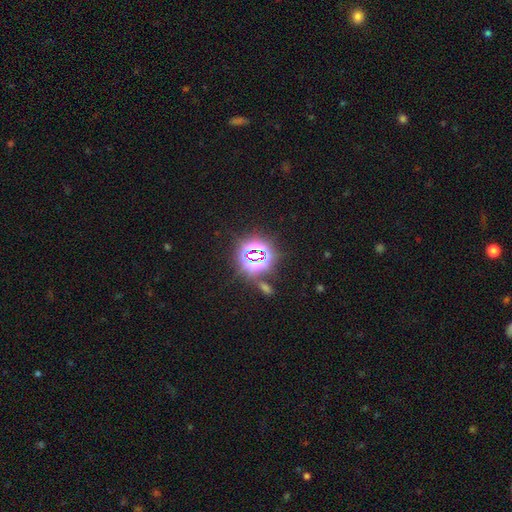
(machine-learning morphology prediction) A star or artifact, not a galaxy (76%).